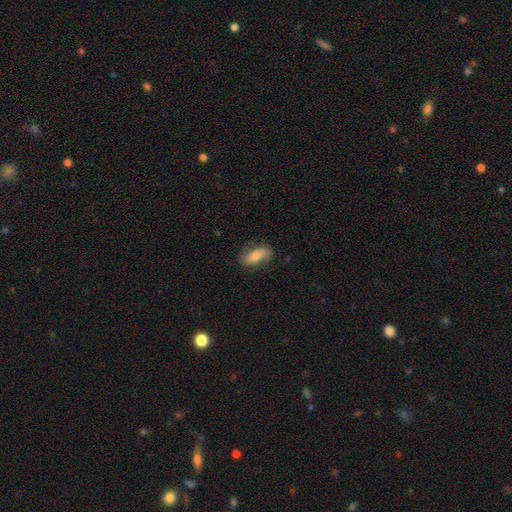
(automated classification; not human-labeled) Q: Smooth or featured?
A: smooth (63%); runner-up: featured or disk (30%)
Q: How rounded?
A: in between (78%); runner-up: cigar-shaped (19%)
Q: Merging?
A: none (78%); runner-up: minor disturbance (16%)